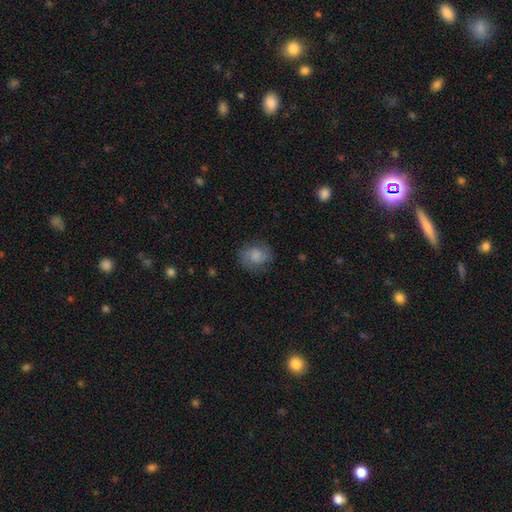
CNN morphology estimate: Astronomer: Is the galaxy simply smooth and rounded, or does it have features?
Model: smooth — 73%.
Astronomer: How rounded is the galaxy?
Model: round — 61% (runner-up: in between, 38%).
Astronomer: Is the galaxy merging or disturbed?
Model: none — 77%.